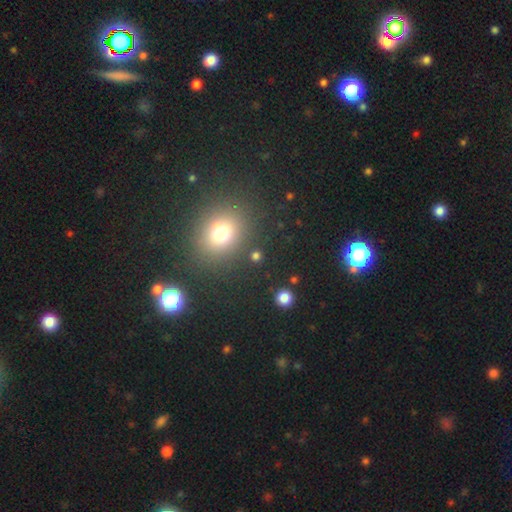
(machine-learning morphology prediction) Q: Smooth or featured?
A: smooth (71%); runner-up: star or artifact (23%)
Q: How rounded?
A: round (82%); runner-up: in between (17%)
Q: Merging?
A: none (82%); runner-up: minor disturbance (7%)